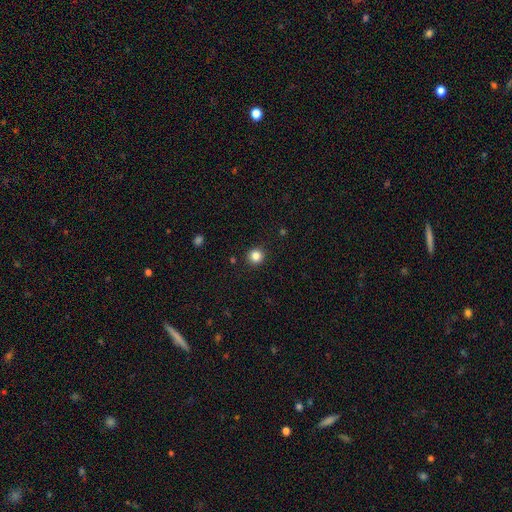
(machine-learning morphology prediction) smooth-or-featured: smooth: 84% | star or artifact: 12% | featured or disk: 5%
  how-rounded: round: 94% | in between: 5% | cigar-shaped: 1%
  merging: none: 92% | minor disturbance: 5% | major disturbance: 2% | merger: 1%